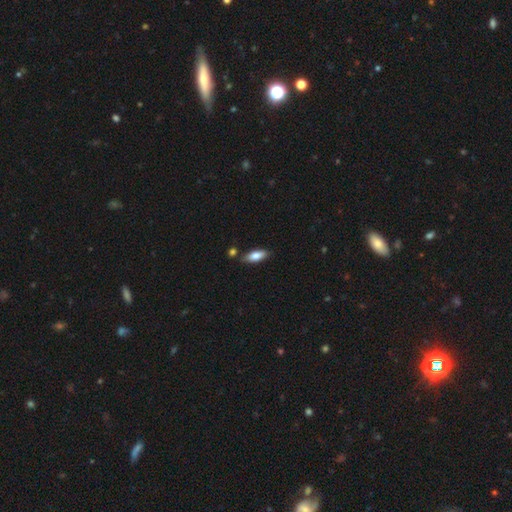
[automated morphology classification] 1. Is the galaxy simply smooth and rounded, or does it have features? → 76% smooth, 18% featured or disk, 6% star or artifact.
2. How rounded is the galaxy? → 67% in between, 31% cigar-shaped, 2% round.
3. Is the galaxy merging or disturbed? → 81% none, 12% minor disturbance, 5% merger, 2% major disturbance.